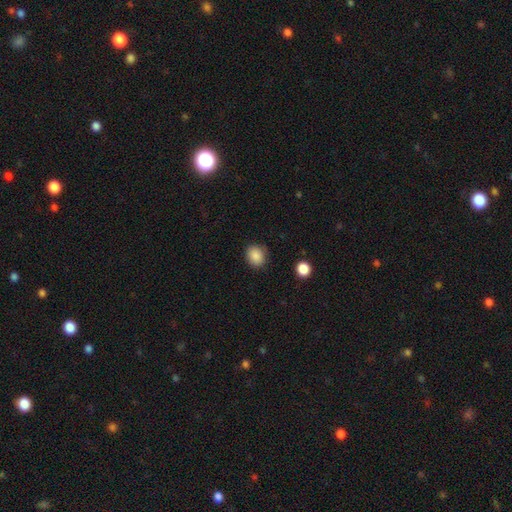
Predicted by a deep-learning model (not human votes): A smooth galaxy with no disk features (87%) that is round (62%).

Vote fractions:
- Smooth or featured? smooth: 87% / star or artifact: 9% / featured or disk: 4%
- How rounded? round: 62% / in between: 37% / cigar-shaped: 1%
- Merging? none: 86% / minor disturbance: 10% / major disturbance: 3% / merger: 1%